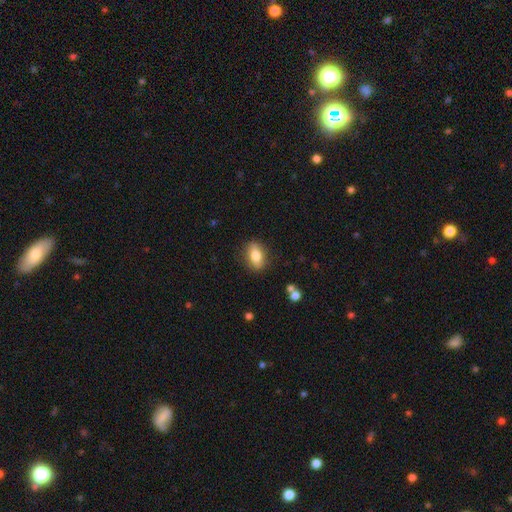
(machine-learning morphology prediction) Smooth or featured? Predicted: smooth (p=0.79). How rounded? Predicted: in between (p=0.83). Merging? Predicted: none (p=0.85).